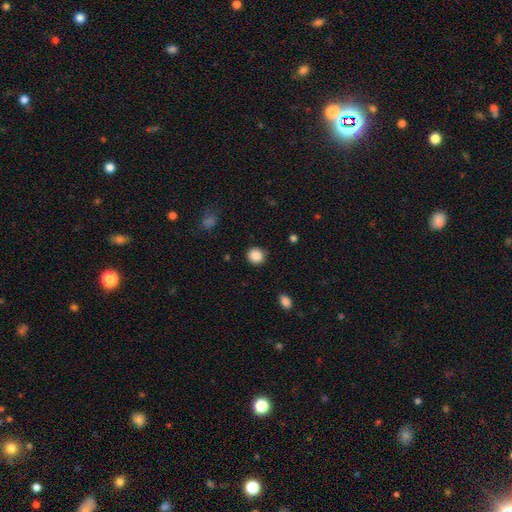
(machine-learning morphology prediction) This appears to be a smooth galaxy with no disk features (88%) that is round (87%). Merging: none (87%).